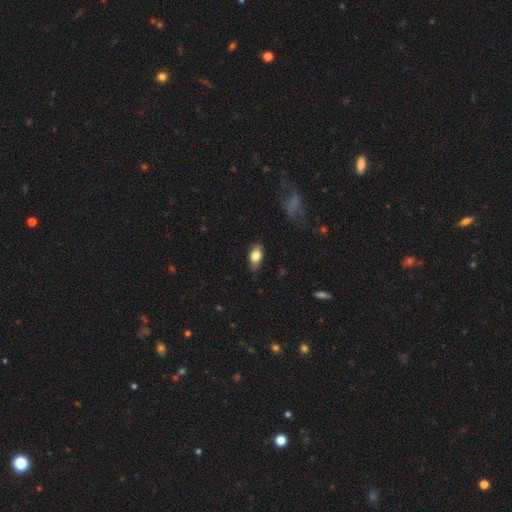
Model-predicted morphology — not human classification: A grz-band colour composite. It shows a smooth galaxy with no disk features (79%) that is in between round and cigar-shaped (88%). Merging: none (80%).